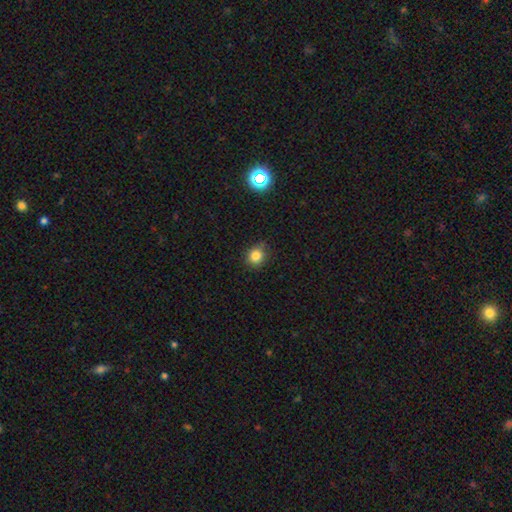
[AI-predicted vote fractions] Smooth or featured? smooth (81%)
How rounded? round (81%)
Merging? none (82%)